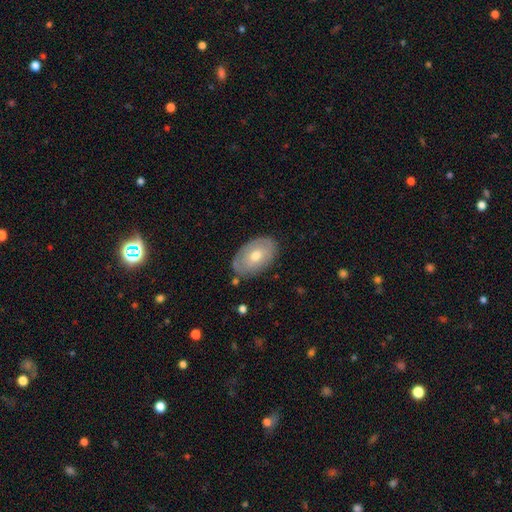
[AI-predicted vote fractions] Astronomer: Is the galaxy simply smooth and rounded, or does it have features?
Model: smooth — 52% (runner-up: featured or disk, 42%).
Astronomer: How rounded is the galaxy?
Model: in between — 91%.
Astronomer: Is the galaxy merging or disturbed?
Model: none — 79%.